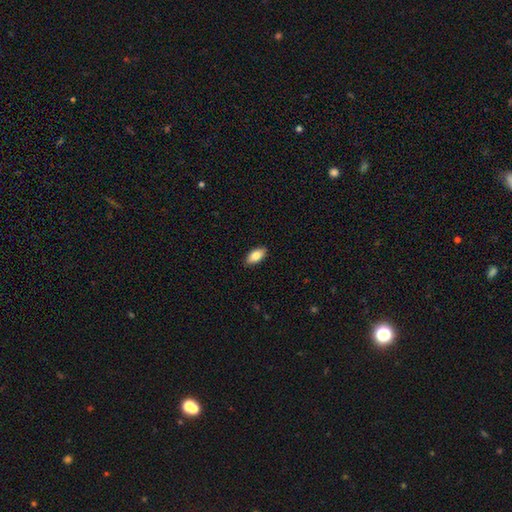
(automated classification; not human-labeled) This appears to be a smooth galaxy with no disk features (82%) that is in between round and cigar-shaped (90%). Merging: none (89%).